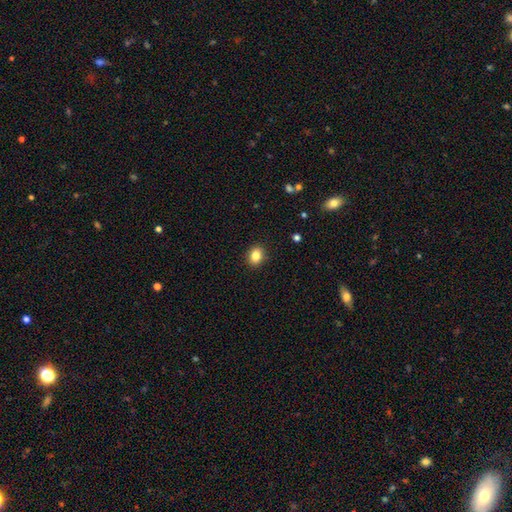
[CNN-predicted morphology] Overall: smooth (84%). How rounded: round (50%; in between 49%). Merging: none (90%).